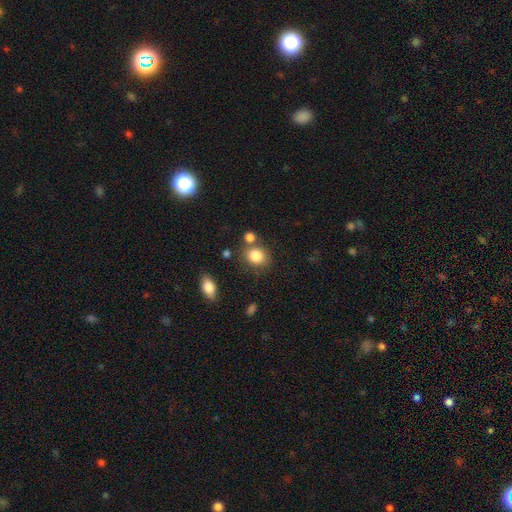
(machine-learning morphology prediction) smooth 84%, star or artifact 9%, featured or disk 6%. Down the decision tree: how rounded — round (62%); merging — none (66%).